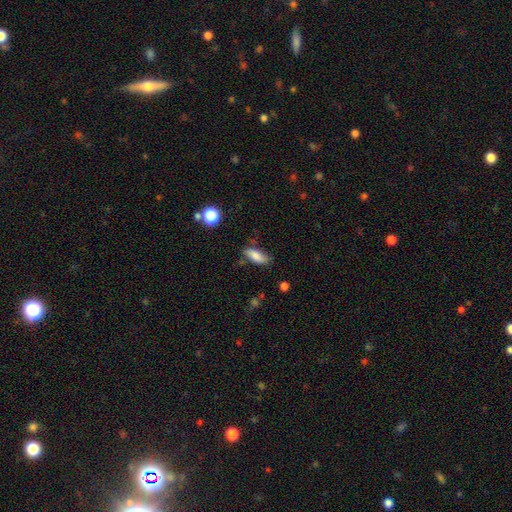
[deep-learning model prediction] A smooth galaxy with no disk features (80%) that is in between round and cigar-shaped (73%).

Vote fractions:
- Smooth or featured? smooth: 80% / featured or disk: 12% / star or artifact: 8%
- How rounded? in between: 73% / cigar-shaped: 24% / round: 3%
- Merging? none: 67% / minor disturbance: 24% / major disturbance: 6% / merger: 3%